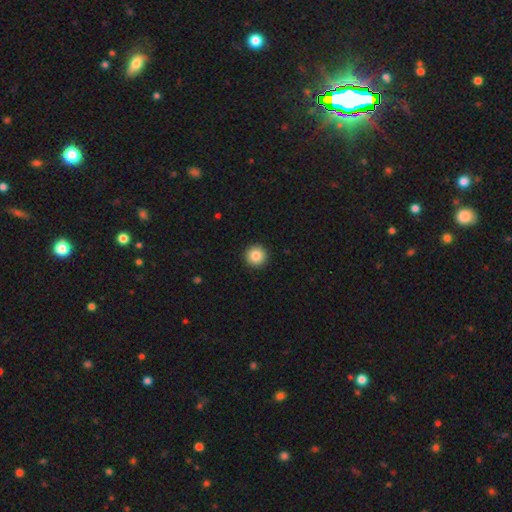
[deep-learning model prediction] Smooth or featured? Predicted: smooth (p=0.85). How rounded? Predicted: round (p=0.96). Merging? Predicted: none (p=0.93).